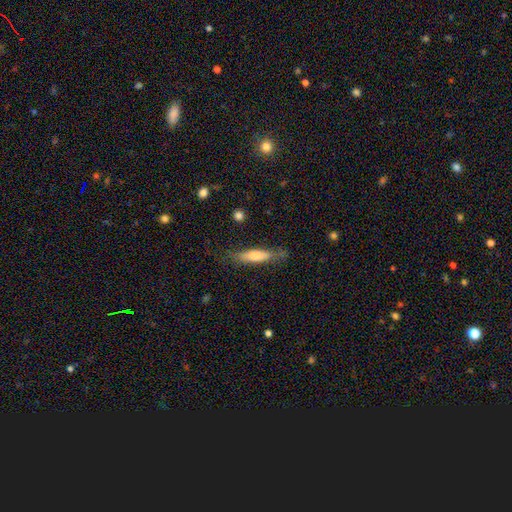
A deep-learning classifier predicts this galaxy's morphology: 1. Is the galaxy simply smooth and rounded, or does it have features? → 67% smooth, 27% featured or disk, 6% star or artifact.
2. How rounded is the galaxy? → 75% cigar-shaped, 23% in between, 2% round.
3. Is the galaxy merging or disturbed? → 70% none, 21% minor disturbance, 7% major disturbance, 2% merger.